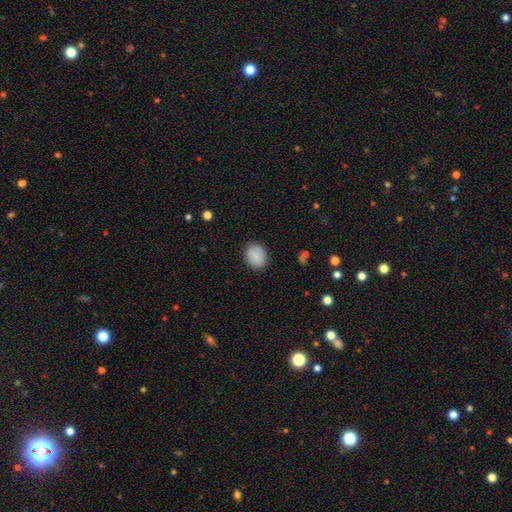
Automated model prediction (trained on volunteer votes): The model was most divided on "how rounded": round: 59%, in between: 40%, cigar-shaped: 1%. More confident: smooth or featured — smooth (88%); merging — none (87%).